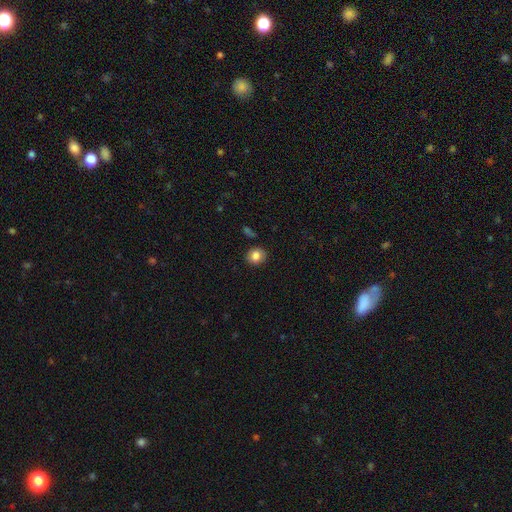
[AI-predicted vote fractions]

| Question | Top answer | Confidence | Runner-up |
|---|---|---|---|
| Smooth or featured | smooth | 83% | star or artifact (9%) |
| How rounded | round | 73% | in between (26%) |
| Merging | none | 86% | minor disturbance (10%) |